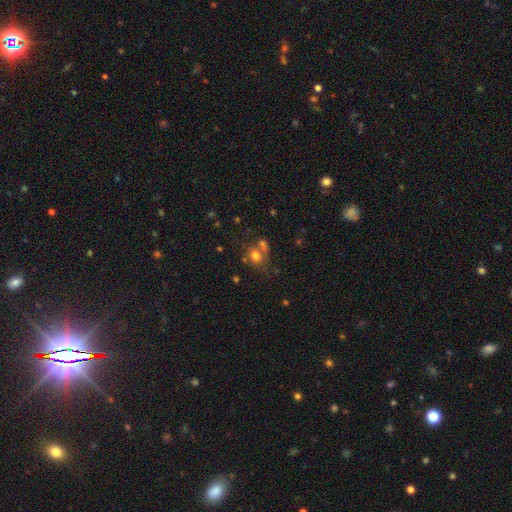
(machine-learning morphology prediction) Overall: smooth (71%). How rounded: round (69%; in between 30%). Merging: none (45%; merger 37%).